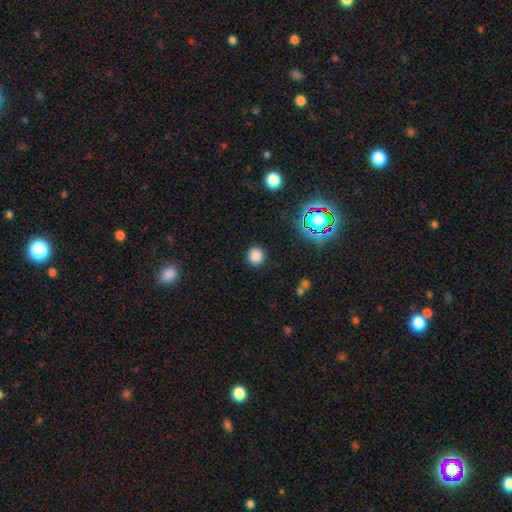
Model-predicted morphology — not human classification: Smooth or featured? Predicted: smooth (p=0.82). How rounded? Predicted: round (p=0.92). Merging? Predicted: none (p=0.90).